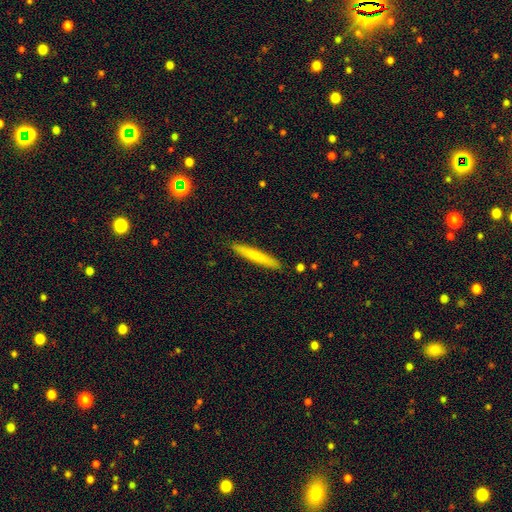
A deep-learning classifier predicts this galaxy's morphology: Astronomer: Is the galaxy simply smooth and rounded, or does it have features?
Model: smooth — 69%.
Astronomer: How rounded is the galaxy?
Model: cigar-shaped — 96%.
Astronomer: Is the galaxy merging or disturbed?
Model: none — 91%.